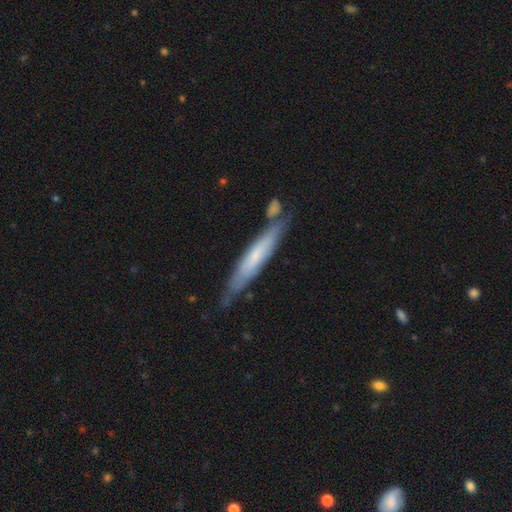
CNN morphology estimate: Smooth or featured?
  - featured or disk: 48% *
  - smooth: 46%
  - star or artifact: 6%
Merging?
  - none: 68% *
  - minor disturbance: 18%
  - merger: 10%
  - major disturbance: 4%